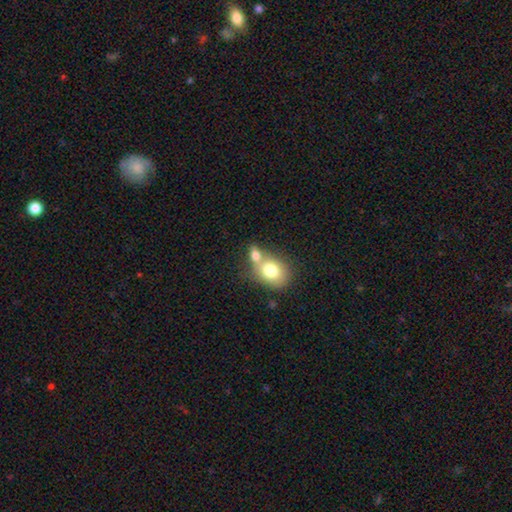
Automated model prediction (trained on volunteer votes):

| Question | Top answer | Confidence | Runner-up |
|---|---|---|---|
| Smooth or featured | smooth | 76% | featured or disk (15%) |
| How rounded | in between | 60% | round (38%) |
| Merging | merger | 59% | none (28%) |